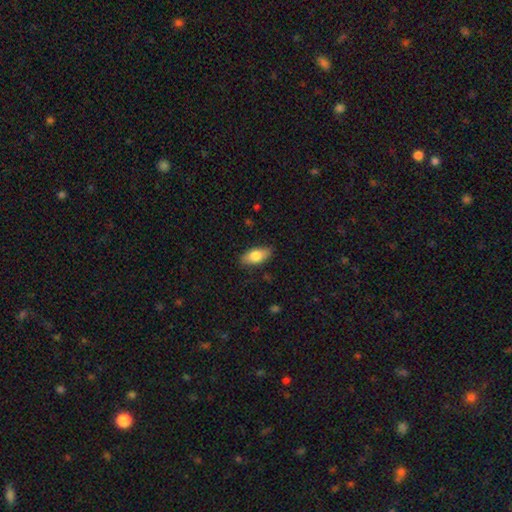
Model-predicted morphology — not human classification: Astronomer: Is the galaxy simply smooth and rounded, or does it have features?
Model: smooth — 80%.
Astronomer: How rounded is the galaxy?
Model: in between — 89%.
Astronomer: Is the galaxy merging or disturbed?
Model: none — 85%.